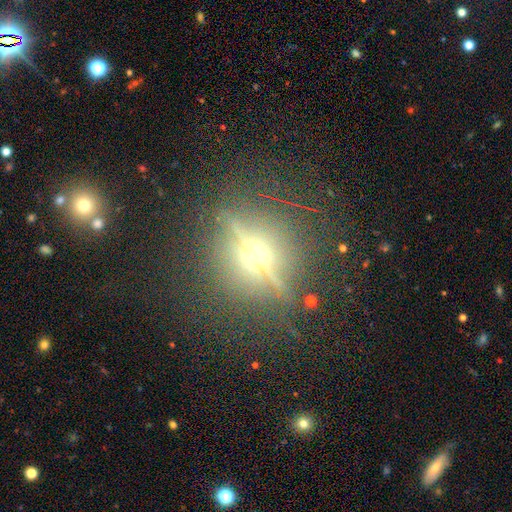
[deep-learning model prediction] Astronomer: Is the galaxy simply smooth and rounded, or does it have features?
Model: featured or disk — 67%.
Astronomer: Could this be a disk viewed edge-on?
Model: yes — 86%.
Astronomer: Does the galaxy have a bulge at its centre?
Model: rounded — 96%.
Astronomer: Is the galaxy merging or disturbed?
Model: none — 85%.